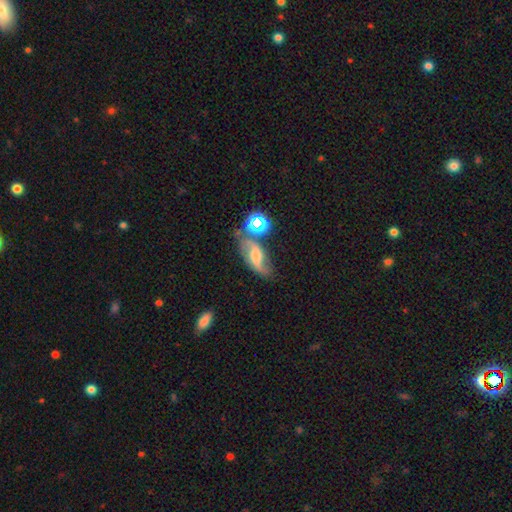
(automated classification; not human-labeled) Smooth or featured?
  - featured or disk: 69% *
  - smooth: 20%
  - star or artifact: 11%
Edge-on disk?
  - no: 91% *
  - yes: 9%
Bar?
  - weak: 44% *
  - no: 36%
  - strong: 20%
Spiral arms?
  - yes: 92% *
  - no: 8%
Spiral winding?
  - loose: 69% *
  - medium: 24%
  - tight: 7%
Spiral arm count?
  - 2: 90% *
  - can't tell: 4%
  - 1: 3%
  - 3: 1%
  - 4: 1%
  - more than 4: 1%
Bulge size?
  - moderate: 44% *
  - small: 26%
  - large: 16%
  - none: 11%
  - dominant: 3%
Merging?
  - none: 60% *
  - minor disturbance: 19%
  - merger: 13%
  - major disturbance: 8%